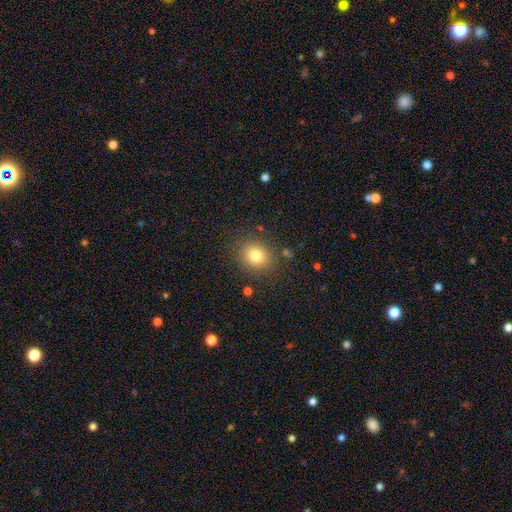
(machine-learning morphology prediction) smooth 79%, star or artifact 13%, featured or disk 8%. Down the decision tree: how rounded — round (79%); merging — none (86%).